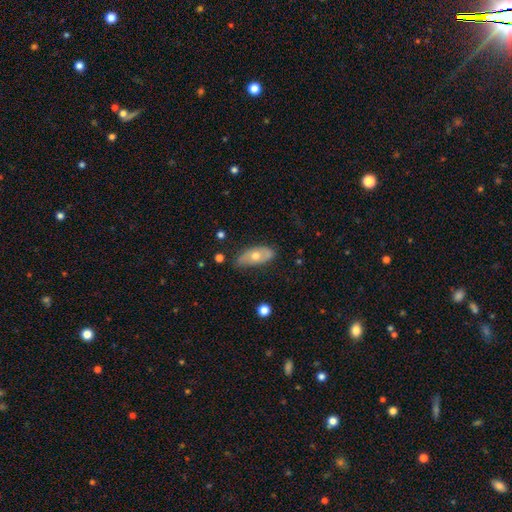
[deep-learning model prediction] Smooth or featured? Predicted: smooth (p=0.50). How rounded? Predicted: in between (p=0.84). Merging? Predicted: none (p=0.69).